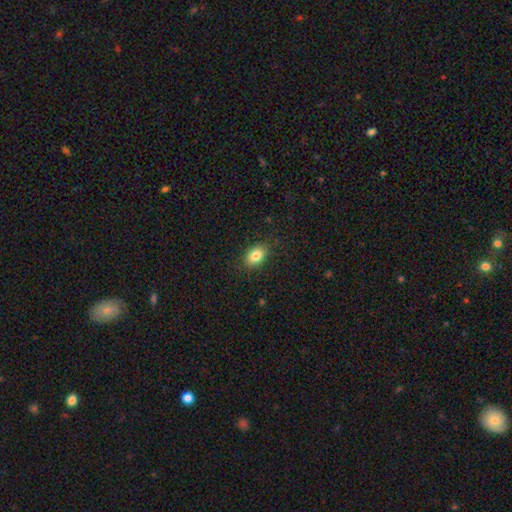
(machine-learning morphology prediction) Smooth or featured? Predicted: smooth (p=0.83). How rounded? Predicted: in between (p=0.82). Merging? Predicted: none (p=0.87).